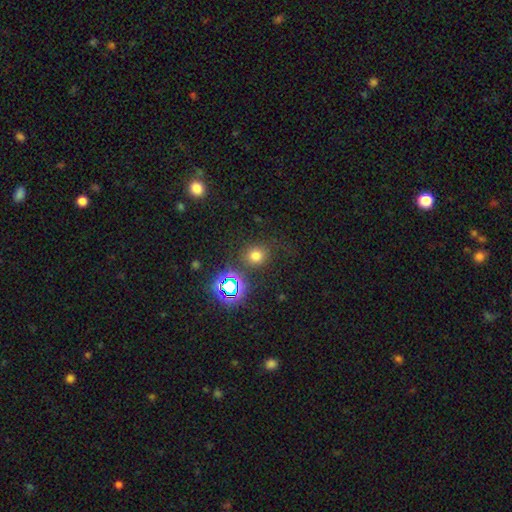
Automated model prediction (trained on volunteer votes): smooth 68%, star or artifact 25%, featured or disk 7%. Down the decision tree: how rounded — round (82%); merging — none (80%).